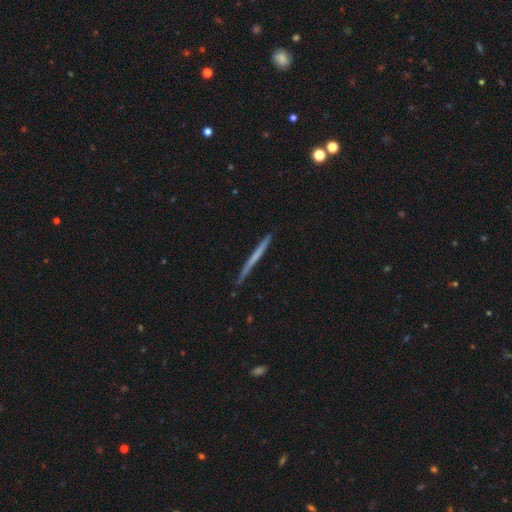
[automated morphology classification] The model was most divided on "smooth or featured": featured or disk: 51%, smooth: 44%, star or artifact: 5%. More confident: edge-on disk — yes (98%); merging — none (89%).